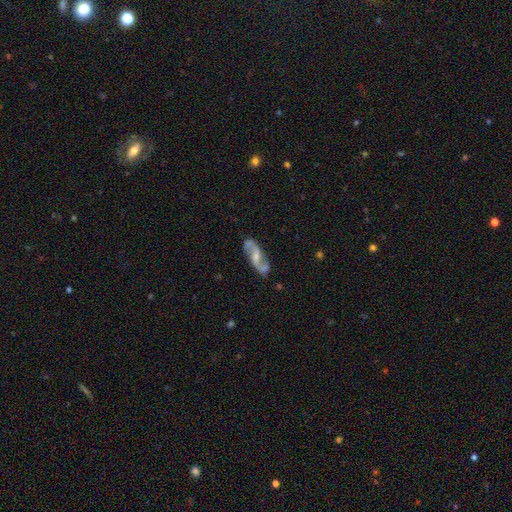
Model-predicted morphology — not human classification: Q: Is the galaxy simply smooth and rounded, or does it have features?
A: featured or disk — 82%.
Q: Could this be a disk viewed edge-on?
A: no — 94%.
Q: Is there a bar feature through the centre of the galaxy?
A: weak — 47%.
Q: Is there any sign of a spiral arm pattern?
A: yes — 95%.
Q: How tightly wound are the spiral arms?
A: loose — 47%.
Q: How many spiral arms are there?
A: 2 — 93%.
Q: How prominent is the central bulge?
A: moderate — 44%.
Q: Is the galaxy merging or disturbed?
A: none — 79%.